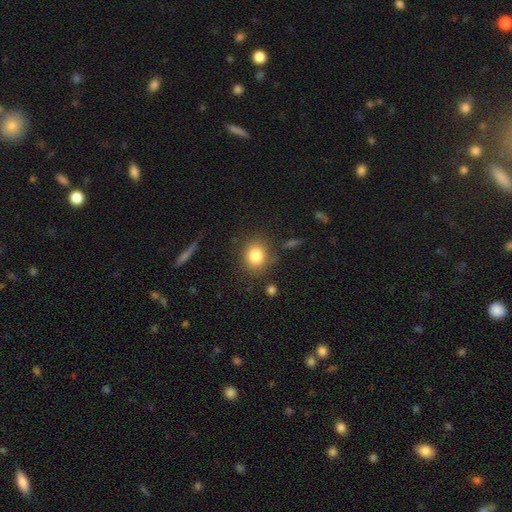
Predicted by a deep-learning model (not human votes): This appears to be a smooth galaxy with no disk features (82%) that is round (67%). Merging: none (82%).